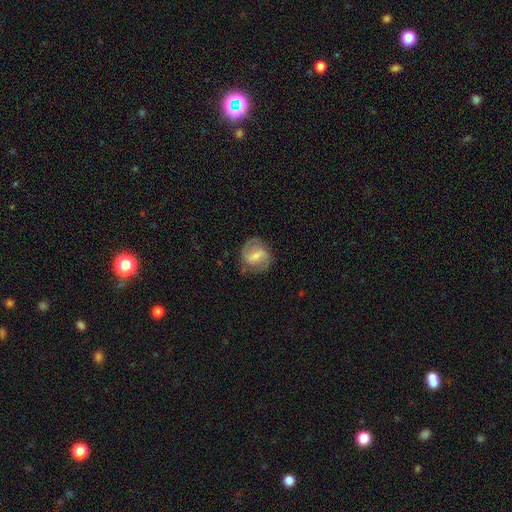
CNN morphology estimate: This appears to be a featured or disk galaxy (74%) with a weak bar (48%), 2 (84%) medium (49%) spiral arms (90%) and a small central bulge (52%). Merging: none (73%).